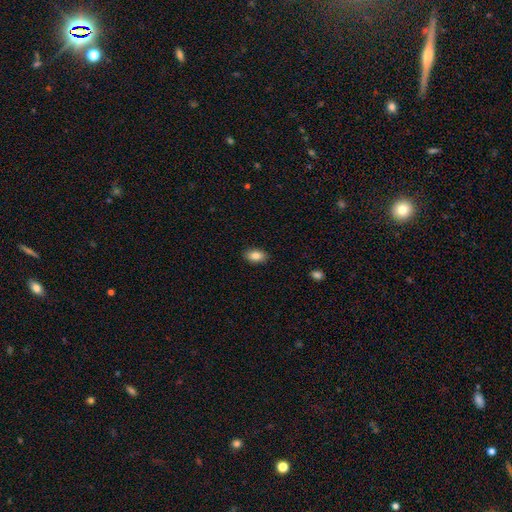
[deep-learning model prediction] The model was most divided on "smooth or featured": smooth: 85%, star or artifact: 8%, featured or disk: 7%. More confident: how rounded — in between (90%); merging — none (88%).